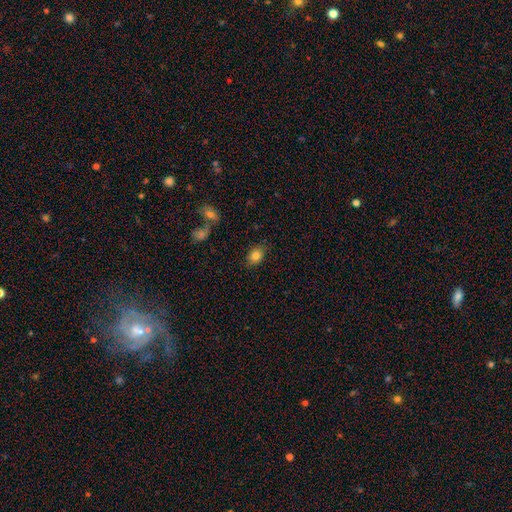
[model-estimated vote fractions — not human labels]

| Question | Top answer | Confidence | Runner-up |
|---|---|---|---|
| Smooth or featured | smooth | 84% | star or artifact (9%) |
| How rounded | in between | 70% | round (29%) |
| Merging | none | 82% | minor disturbance (13%) |